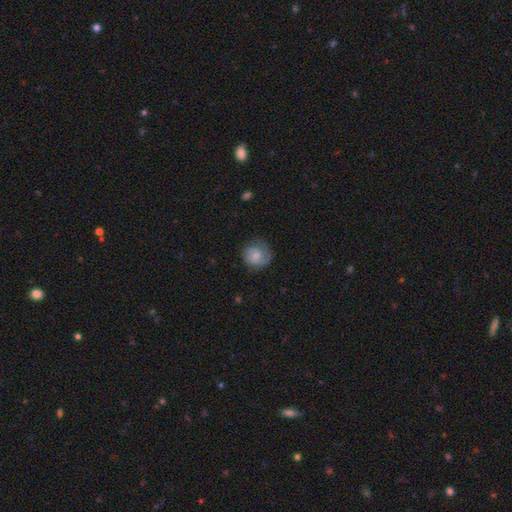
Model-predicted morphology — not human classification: Smooth or featured? Predicted: smooth (p=0.47). Merging? Predicted: none (p=0.68).